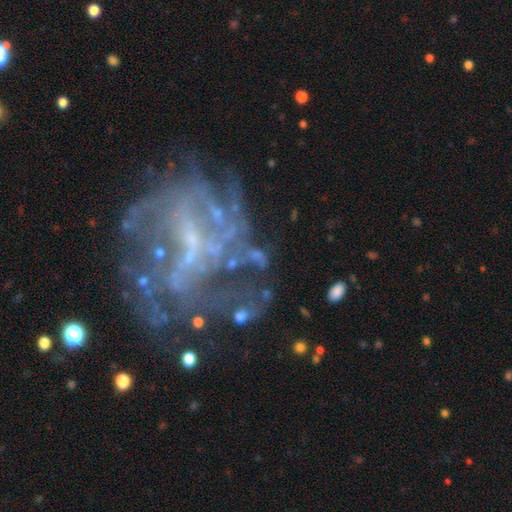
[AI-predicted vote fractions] Smooth or featured?
  - featured or disk: 65% *
  - star or artifact: 20%
  - smooth: 15%
Edge-on disk?
  - no: 96% *
  - yes: 4%
Bar?
  - no: 51% *
  - weak: 28%
  - strong: 21%
Spiral arms?
  - yes: 59% *
  - no: 41%
Bulge size?
  - small: 48% *
  - none: 31%
  - moderate: 16%
  - large: 3%
  - dominant: 2%
Merging?
  - none: 45% *
  - major disturbance: 28%
  - minor disturbance: 18%
  - merger: 9%